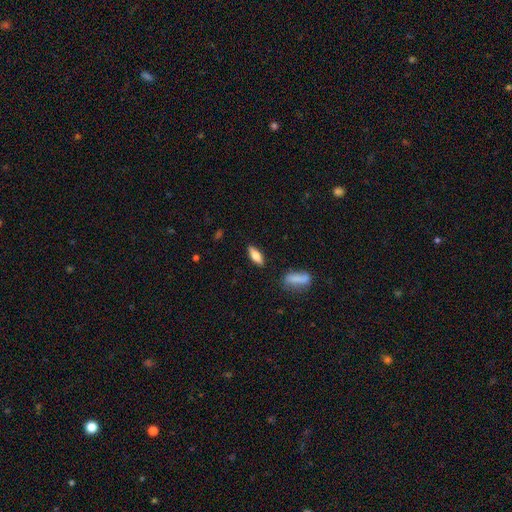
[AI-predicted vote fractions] A smooth galaxy with no disk features (68%) that is in between round and cigar-shaped (62%). Merging: none (85%).